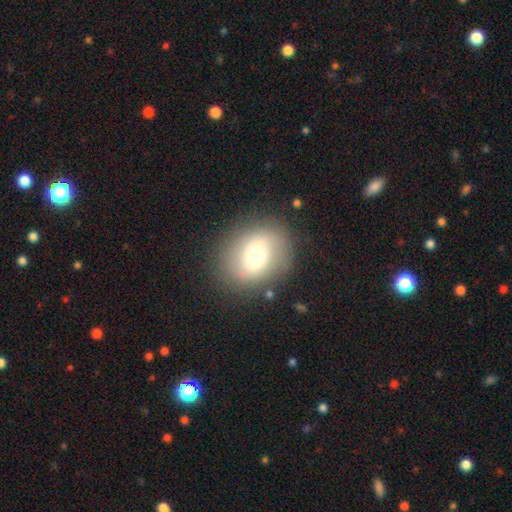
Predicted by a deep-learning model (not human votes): Smooth or featured? smooth (67%)
How rounded? round (59%)
Merging? none (82%)